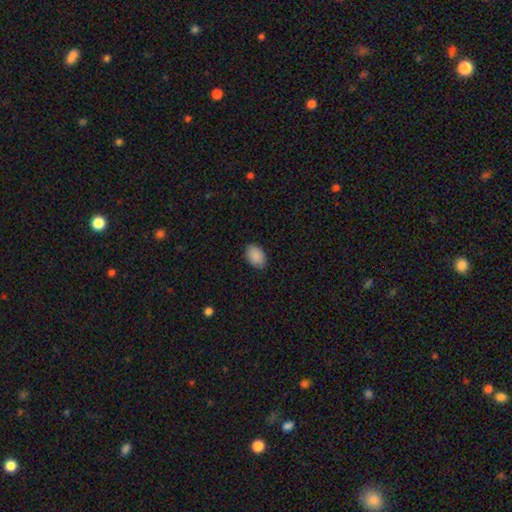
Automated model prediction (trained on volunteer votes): Q: Smooth or featured?
A: smooth (90%); runner-up: star or artifact (7%)
Q: How rounded?
A: in between (85%); runner-up: round (14%)
Q: Merging?
A: none (87%); runner-up: minor disturbance (10%)